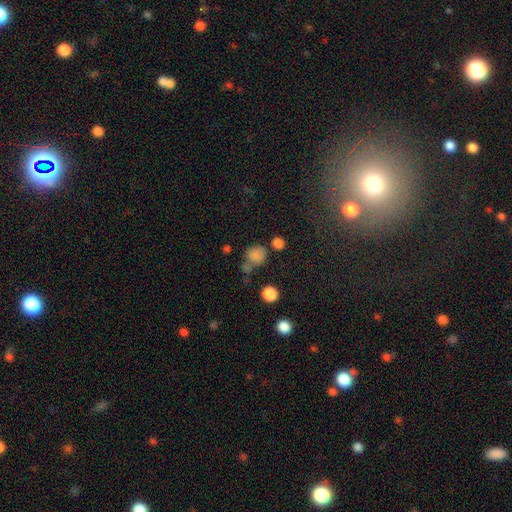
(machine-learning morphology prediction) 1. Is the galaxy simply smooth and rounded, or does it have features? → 78% smooth, 15% star or artifact, 7% featured or disk.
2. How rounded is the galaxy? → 69% round, 30% in between, 1% cigar-shaped.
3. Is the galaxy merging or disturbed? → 55% none, 18% merger, 18% minor disturbance, 9% major disturbance.